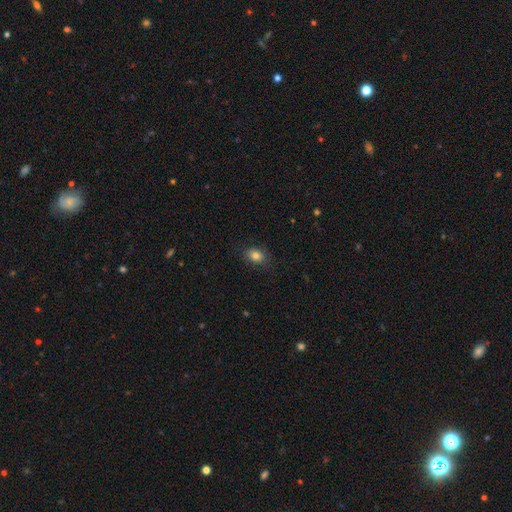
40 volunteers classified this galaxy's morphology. A smooth galaxy with no disk features (82%) that is in between round and cigar-shaped (76%).

Vote fractions:
- Smooth or featured? smooth: 82% / featured or disk: 12% / star or artifact: 5%
- How rounded? in between: 76% / round: 24% / cigar-shaped: 0%
- Merging? none: 82% / minor disturbance: 16% / major disturbance: 3% / merger: 0%